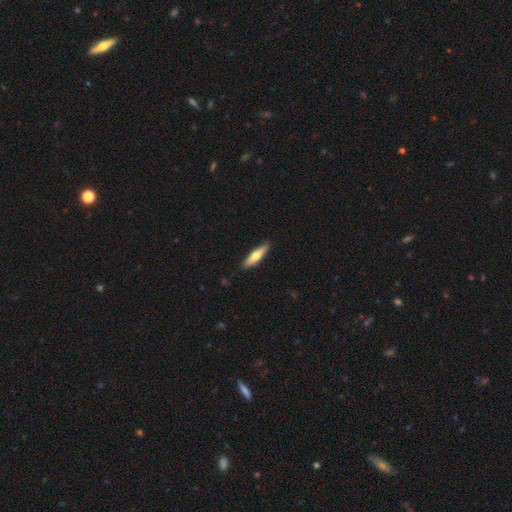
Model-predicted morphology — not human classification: A smooth galaxy with no disk features (51%) that is cigar-shaped (77%). Merging: none (89%).